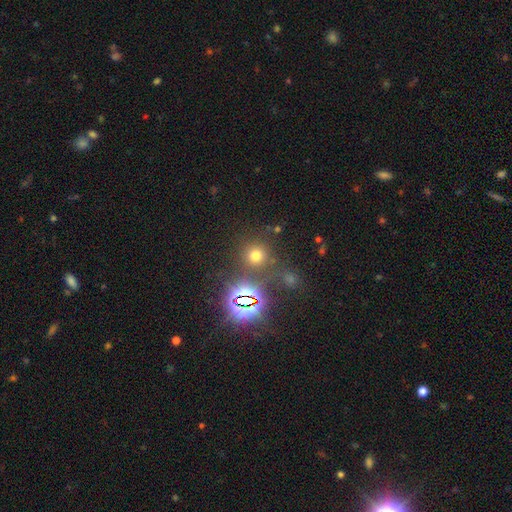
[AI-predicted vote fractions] A smooth galaxy with no disk features (60%) that is round (91%). Merging: none (80%).